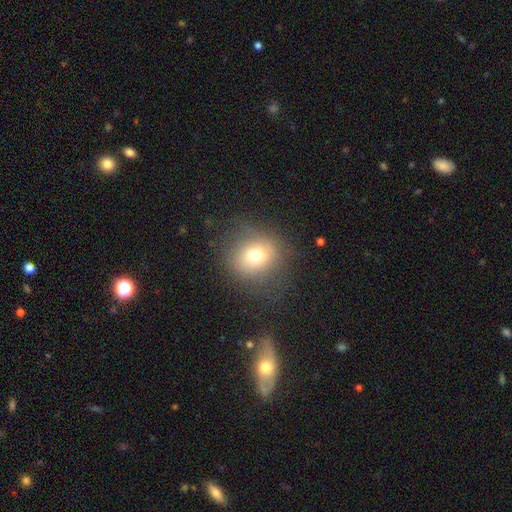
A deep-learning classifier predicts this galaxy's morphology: This is likely a smooth galaxy (69%). How rounded: clearly round (81%). Merging: likely none (76%).